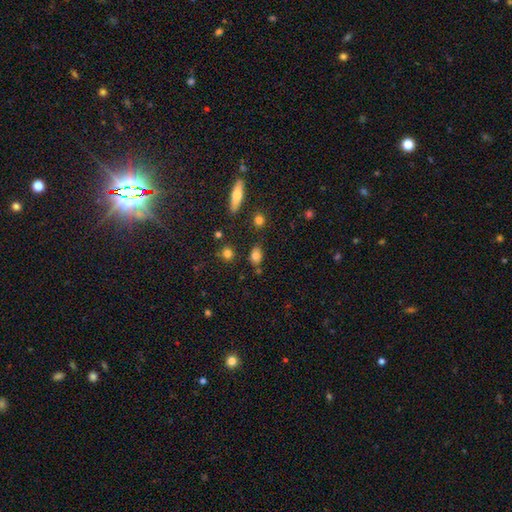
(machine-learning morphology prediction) Q: Smooth or featured?
A: smooth (79%); runner-up: star or artifact (11%)
Q: How rounded?
A: in between (68%); runner-up: round (28%)
Q: Merging?
A: none (73%); runner-up: minor disturbance (16%)